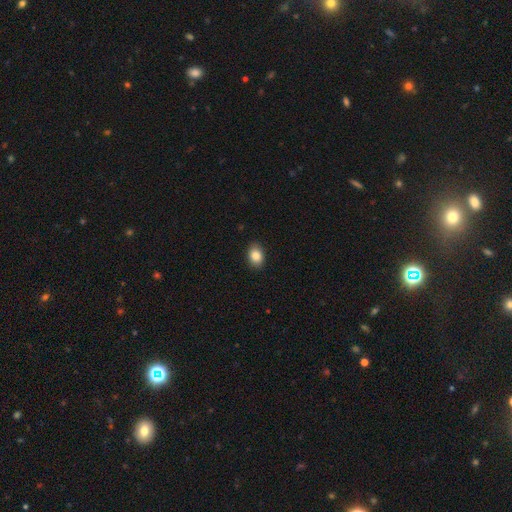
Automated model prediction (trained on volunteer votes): Smooth or featured? smooth (86%)
How rounded? in between (75%)
Merging? none (89%)